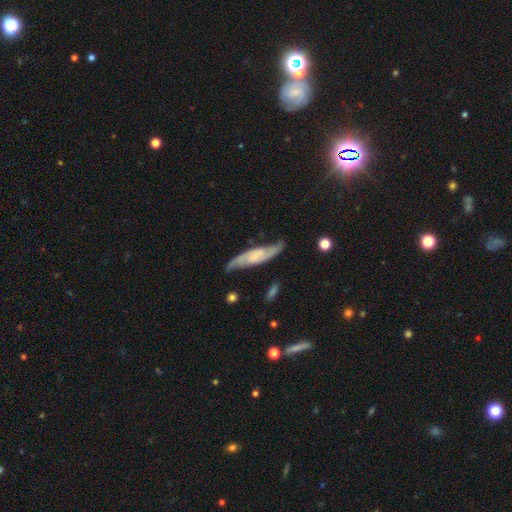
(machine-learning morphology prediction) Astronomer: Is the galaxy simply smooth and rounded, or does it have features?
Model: featured or disk — 75%.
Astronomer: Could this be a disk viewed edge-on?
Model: no — 78%.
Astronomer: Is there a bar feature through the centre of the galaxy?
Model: no — 57%.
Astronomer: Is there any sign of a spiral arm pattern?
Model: yes — 95%.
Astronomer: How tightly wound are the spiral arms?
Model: loose — 46% (runner-up: medium, 37%).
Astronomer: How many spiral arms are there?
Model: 2 — 89%.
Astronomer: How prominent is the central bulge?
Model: small — 41% (runner-up: none, 34%).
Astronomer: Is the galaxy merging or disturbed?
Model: none — 71%.